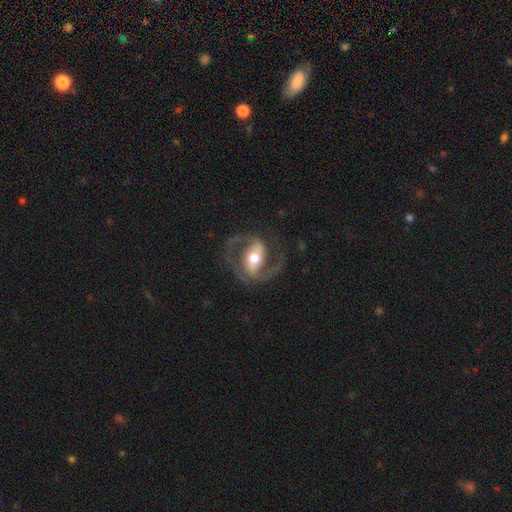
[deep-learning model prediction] This is clearly a featured or disk galaxy (88%). It is clearly not viewed edge-on (96%). Bar: possibly strong (52%). Spiral arm pattern: clearly yes (93%). Spiral arm count: clearly 2 (92%). Spiral winding: possibly medium (58%). Central bulge: likely moderate (67%). Merging: likely none (76%).